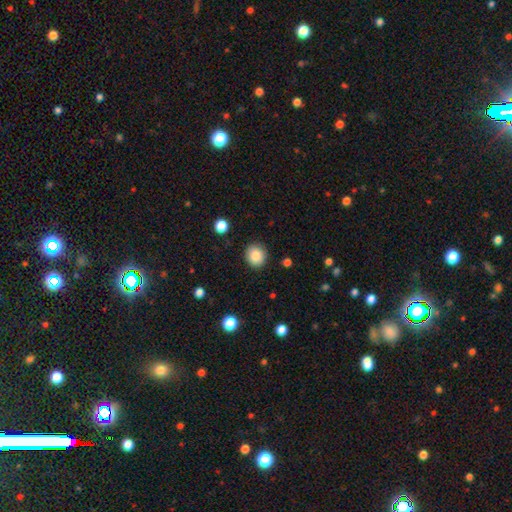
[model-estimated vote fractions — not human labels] Smooth or featured: smooth — 87% (star or artifact — 9%)
How rounded: round — 81% (in between — 18%)
Merging: none — 89% (minor disturbance — 8%)